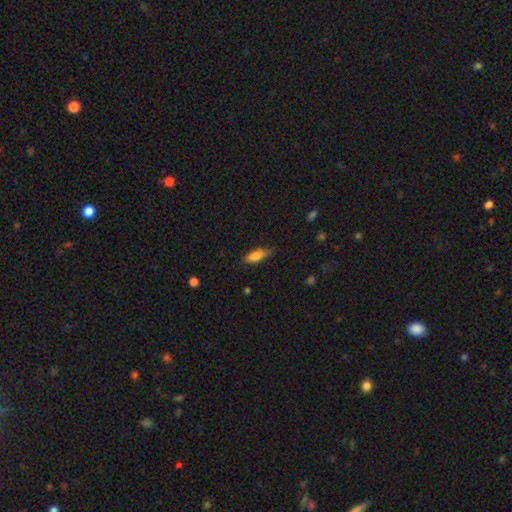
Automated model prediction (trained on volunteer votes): smooth_or_featured: smooth (p=0.74) [alt: featured or disk p=0.19]
how_rounded: in between (p=0.65) [alt: cigar-shaped p=0.32]
merging: none (p=0.70) [alt: minor disturbance p=0.24]